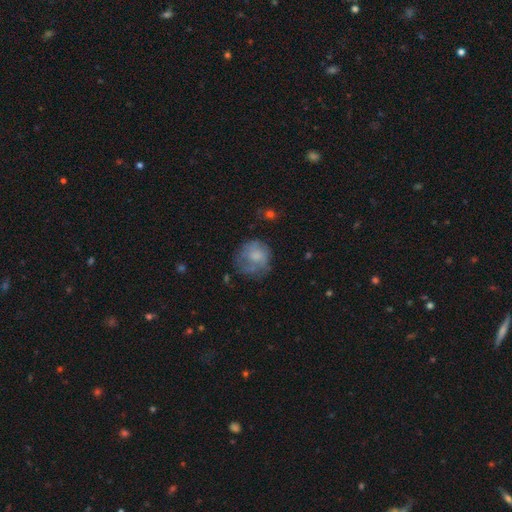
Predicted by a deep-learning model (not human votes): smooth-or-featured: smooth: 61% | featured or disk: 30% | star or artifact: 9%
  how-rounded: round: 82% | in between: 17% | cigar-shaped: 1%
  merging: none: 52% | minor disturbance: 25% | major disturbance: 21% | merger: 2%